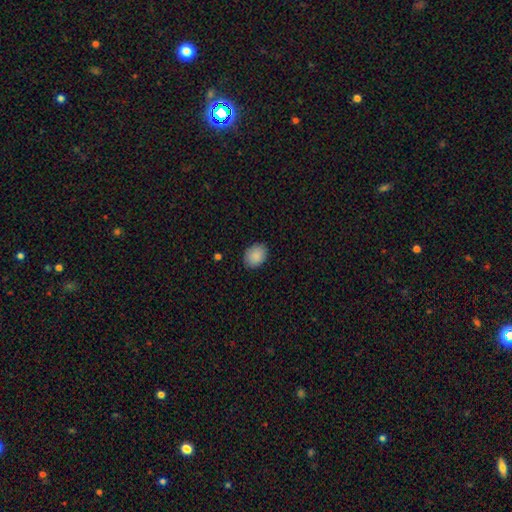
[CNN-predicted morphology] Overall: smooth (90%). How rounded: in between (70%). Merging: none (87%).